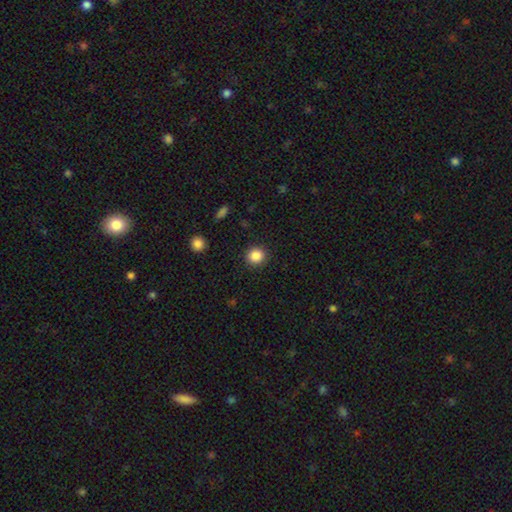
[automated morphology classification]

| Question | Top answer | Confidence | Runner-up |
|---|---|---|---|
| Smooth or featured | smooth | 86% | star or artifact (10%) |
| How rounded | round | 90% | in between (10%) |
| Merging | none | 91% | minor disturbance (6%) |